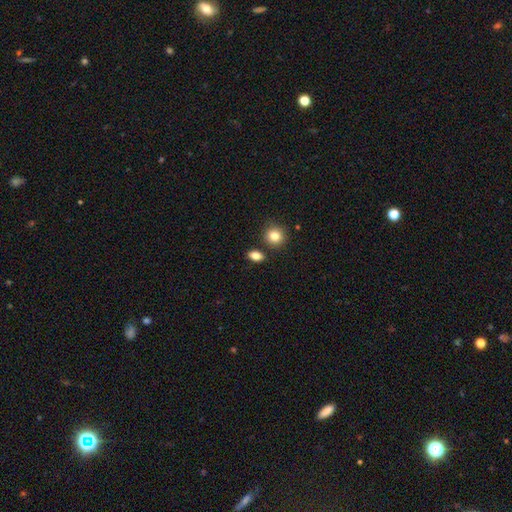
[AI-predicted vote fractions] Smooth or featured?
  - smooth: 83% *
  - star or artifact: 10%
  - featured or disk: 8%
How rounded?
  - in between: 74% *
  - round: 23%
  - cigar-shaped: 4%
Merging?
  - none: 81% *
  - minor disturbance: 10%
  - merger: 7%
  - major disturbance: 3%